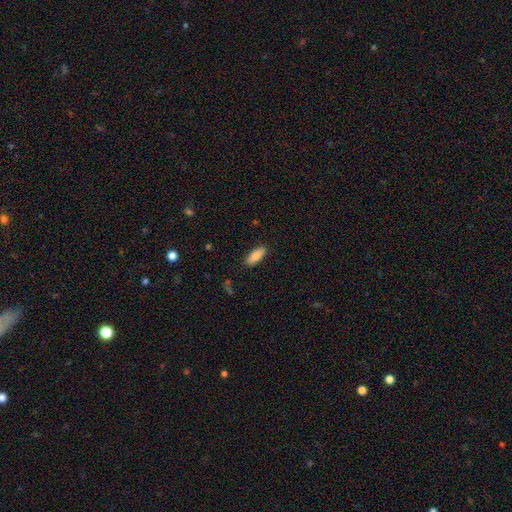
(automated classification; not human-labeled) Overall: smooth (85%). How rounded: in between (77%). Merging: none (89%).